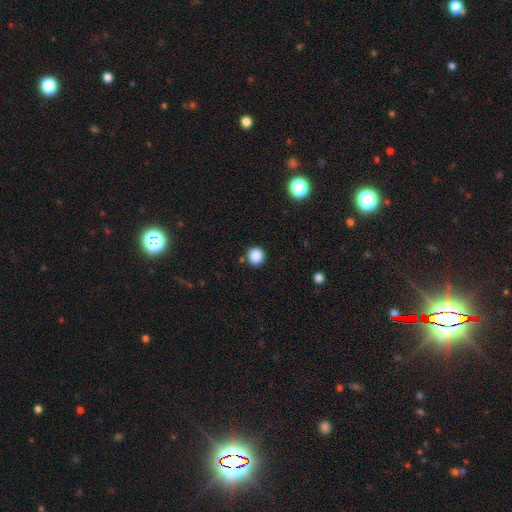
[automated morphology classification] Smooth or featured? Predicted: smooth (p=0.87). How rounded? Predicted: round (p=0.94). Merging? Predicted: none (p=0.88).